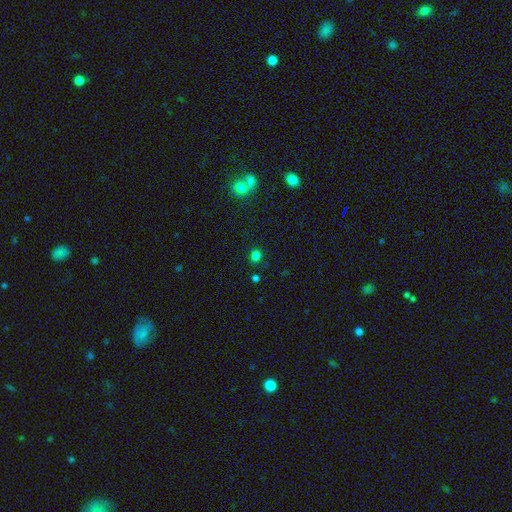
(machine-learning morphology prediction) smooth 77%, star or artifact 18%, featured or disk 4%. Down the decision tree: how rounded — round (77%); merging — none (86%).